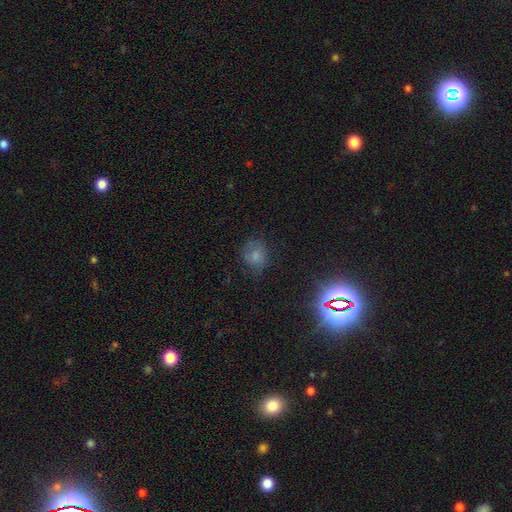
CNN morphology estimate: A smooth galaxy with no disk features (63%) that is round (66%).

Vote fractions:
- Smooth or featured? smooth: 63% / star or artifact: 19% / featured or disk: 18%
- How rounded? round: 66% / in between: 33% / cigar-shaped: 1%
- Merging? none: 60% / minor disturbance: 25% / major disturbance: 13% / merger: 2%